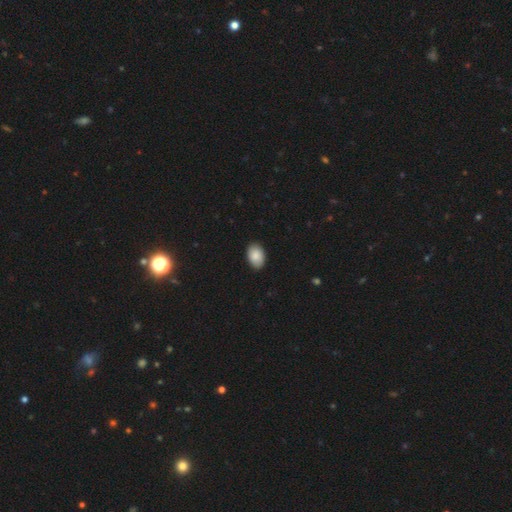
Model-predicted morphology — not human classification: smooth_or_featured: smooth (p=0.89) [alt: star or artifact p=0.06]
how_rounded: in between (p=0.87) [alt: round p=0.12]
merging: none (p=0.88) [alt: minor disturbance p=0.09]